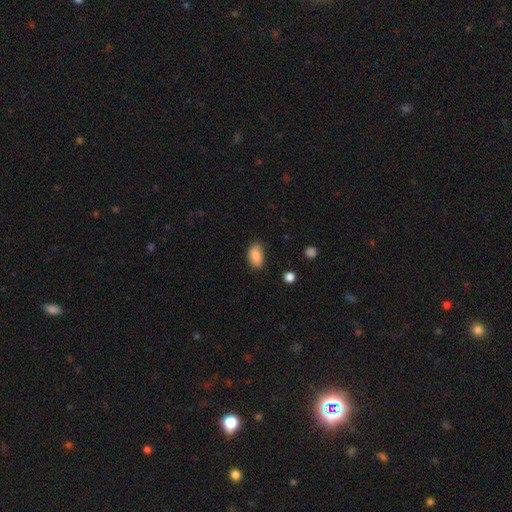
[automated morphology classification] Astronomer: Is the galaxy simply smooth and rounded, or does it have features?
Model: smooth — 86%.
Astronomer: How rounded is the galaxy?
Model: in between — 90%.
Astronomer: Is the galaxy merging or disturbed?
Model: none — 70%.